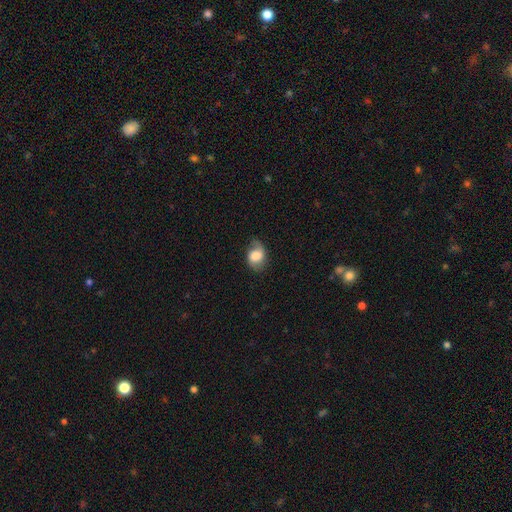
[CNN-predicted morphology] smooth 61%, featured or disk 30%, star or artifact 9%. Down the decision tree: how rounded — in between (68%); merging — none (59%).